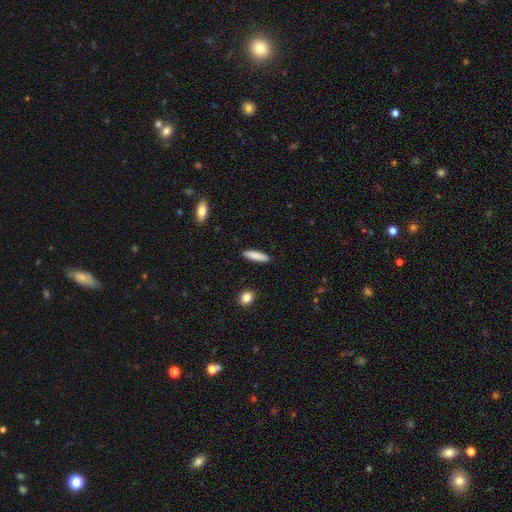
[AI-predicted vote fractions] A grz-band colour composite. It shows a smooth galaxy with no disk features (86%) that is cigar-shaped (78%). Merging: none (90%).